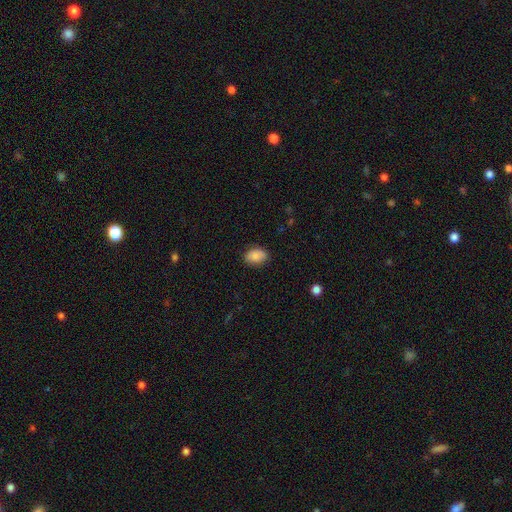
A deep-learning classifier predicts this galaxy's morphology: Smooth or featured: smooth — 85% (star or artifact — 8%)
How rounded: in between — 80% (round — 19%)
Merging: none — 83% (minor disturbance — 13%)